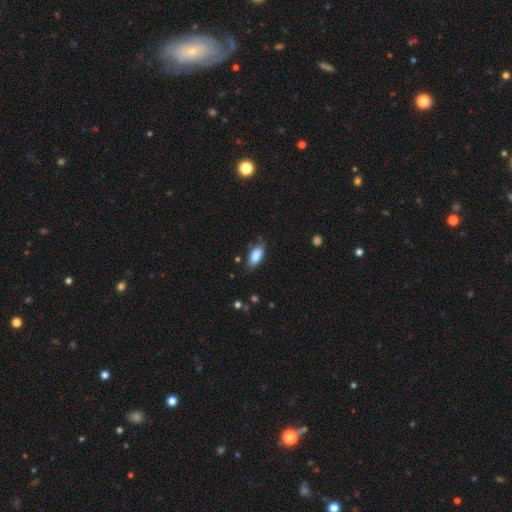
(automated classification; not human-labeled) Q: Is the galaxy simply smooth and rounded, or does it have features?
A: smooth — 84%.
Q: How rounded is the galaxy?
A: in between — 88%.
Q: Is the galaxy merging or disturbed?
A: none — 74%.